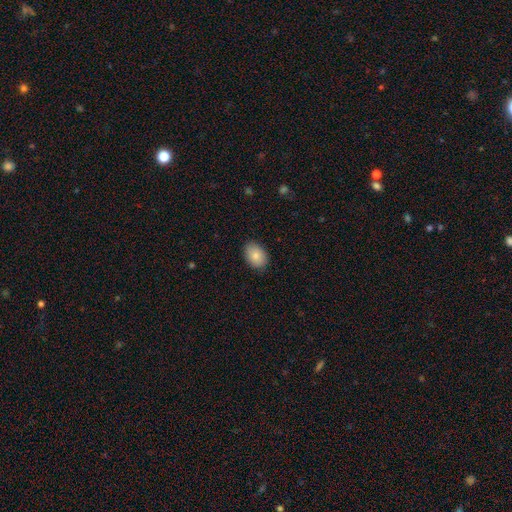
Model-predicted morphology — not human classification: This appears to be a smooth galaxy with no disk features (85%) that is in between round and cigar-shaped (83%). Merging: none (86%).